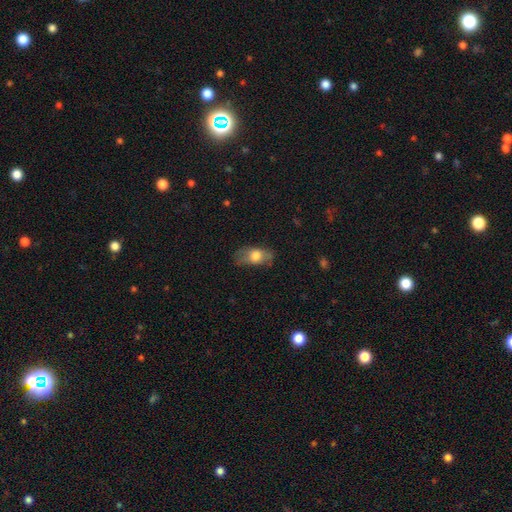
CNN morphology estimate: smooth_or_featured: smooth (p=0.69) [alt: featured or disk p=0.24]
how_rounded: in between (p=0.87) [alt: round p=0.08]
merging: none (p=0.63) [alt: minor disturbance p=0.26]